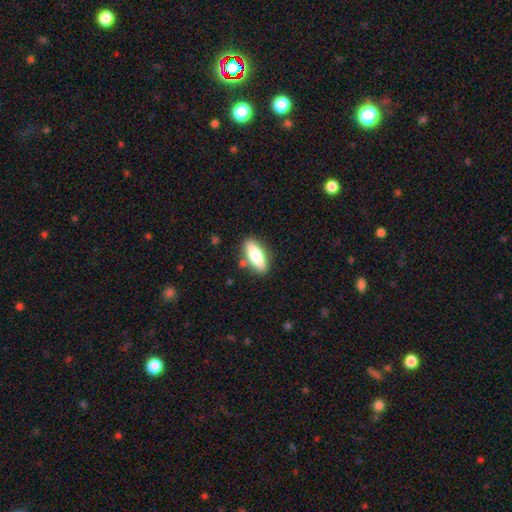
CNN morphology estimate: Overall: smooth (72%). How rounded: in between (71%). Merging: none (83%).